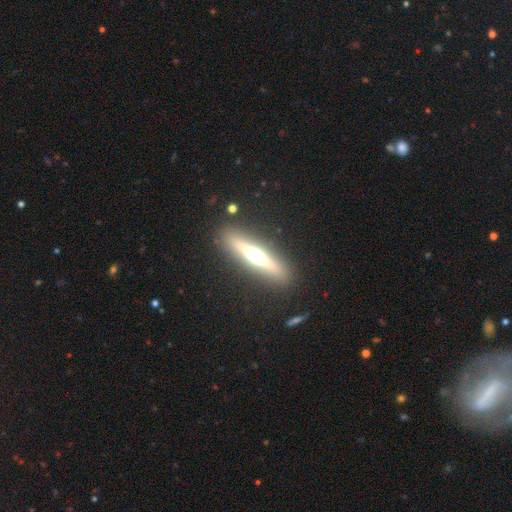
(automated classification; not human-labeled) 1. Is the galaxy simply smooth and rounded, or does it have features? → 67% featured or disk, 24% smooth, 8% star or artifact.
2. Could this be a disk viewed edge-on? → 94% yes, 6% no.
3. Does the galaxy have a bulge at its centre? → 95% rounded, 3% boxy, 2% none.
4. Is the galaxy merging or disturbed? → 88% none, 7% minor disturbance, 3% major disturbance, 2% merger.